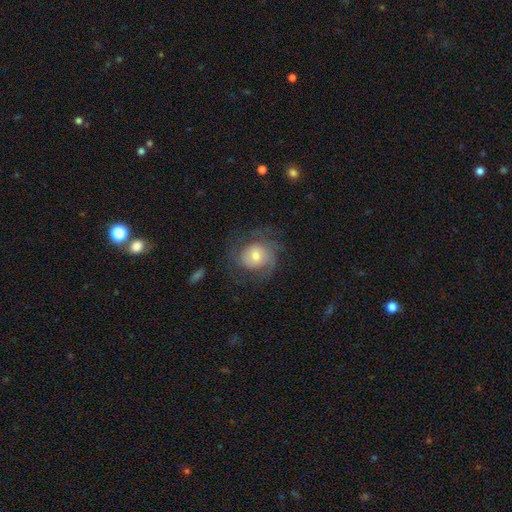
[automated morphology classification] Smooth or featured? Predicted: featured or disk (p=0.62). Edge-on disk? Predicted: no (p=0.97). Bar? Predicted: no (p=0.70). Spiral arms? Predicted: yes (p=0.85). Spiral winding? Predicted: tight (p=0.45). Spiral arm count? Predicted: can't tell (p=0.35). Bulge size? Predicted: moderate (p=0.53). Merging? Predicted: none (p=0.63).